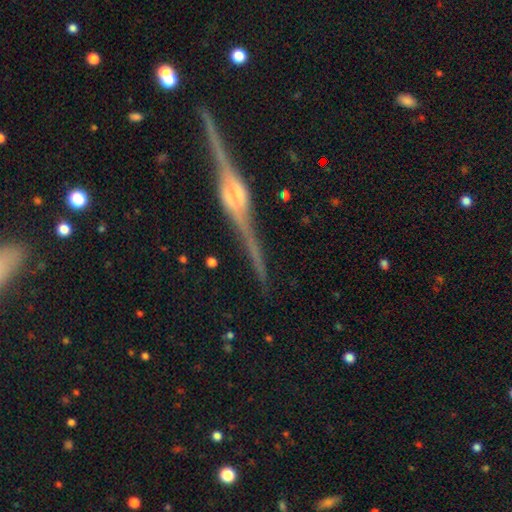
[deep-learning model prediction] smooth-or-featured: featured or disk: 87% | star or artifact: 8% | smooth: 5%
  disk-edge-on: yes: 98% | no: 2%
    edge-on-bulge: rounded: 68% | boxy: 25% | none: 7%
  merging: none: 90% | minor disturbance: 7% | major disturbance: 2% | merger: 1%